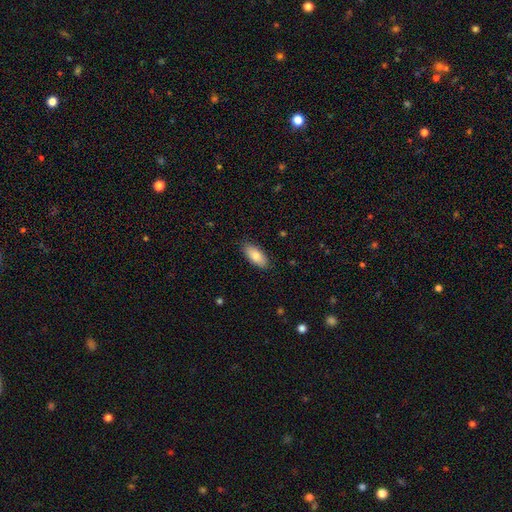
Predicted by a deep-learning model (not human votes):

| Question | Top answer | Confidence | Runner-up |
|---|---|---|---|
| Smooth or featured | smooth | 81% | featured or disk (13%) |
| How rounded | in between | 87% | cigar-shaped (11%) |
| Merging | none | 87% | minor disturbance (10%) |